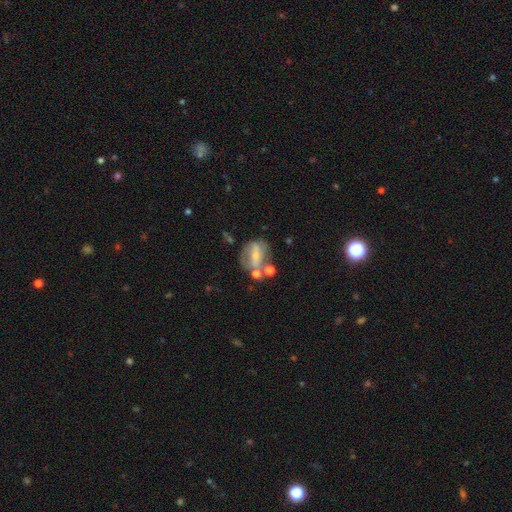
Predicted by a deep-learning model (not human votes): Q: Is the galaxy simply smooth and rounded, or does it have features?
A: featured or disk — 56%.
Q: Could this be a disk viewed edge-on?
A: no — 94%.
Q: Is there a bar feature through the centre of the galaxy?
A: strong — 38%.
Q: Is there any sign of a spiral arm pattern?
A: no — 53%.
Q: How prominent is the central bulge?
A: small — 62%.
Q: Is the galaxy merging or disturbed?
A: none — 41%.